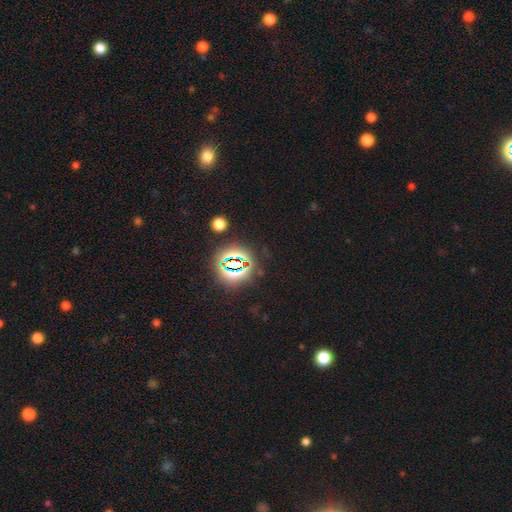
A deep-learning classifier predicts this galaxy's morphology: Q: Smooth or featured?
A: star or artifact (82%); runner-up: smooth (11%)